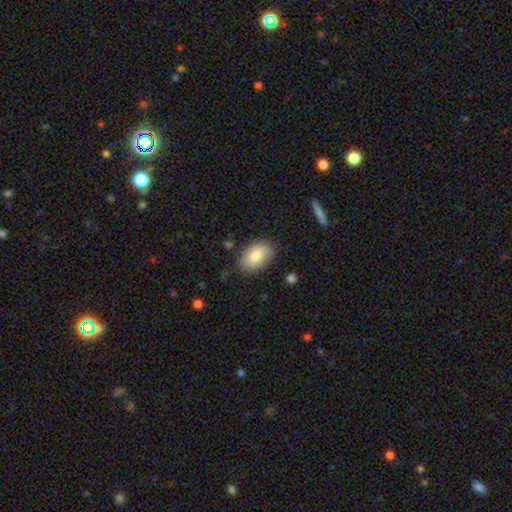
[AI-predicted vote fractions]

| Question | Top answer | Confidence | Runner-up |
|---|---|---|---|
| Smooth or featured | smooth | 80% | featured or disk (13%) |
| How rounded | in between | 91% | round (8%) |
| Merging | none | 83% | minor disturbance (13%) |